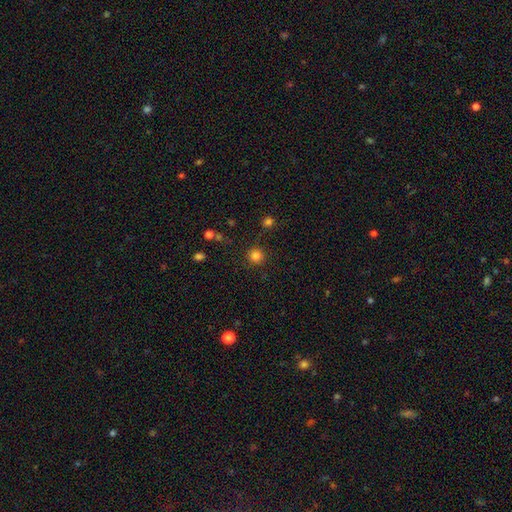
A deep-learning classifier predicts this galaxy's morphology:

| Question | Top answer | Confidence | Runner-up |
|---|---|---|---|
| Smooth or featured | smooth | 82% | star or artifact (14%) |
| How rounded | round | 94% | in between (5%) |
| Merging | none | 88% | minor disturbance (7%) |